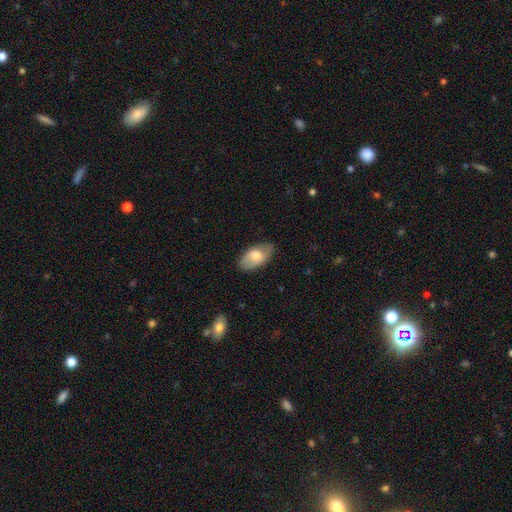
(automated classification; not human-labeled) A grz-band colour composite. It shows a smooth galaxy with no disk features (68%) that is in between round and cigar-shaped (94%). Merging: none (80%).